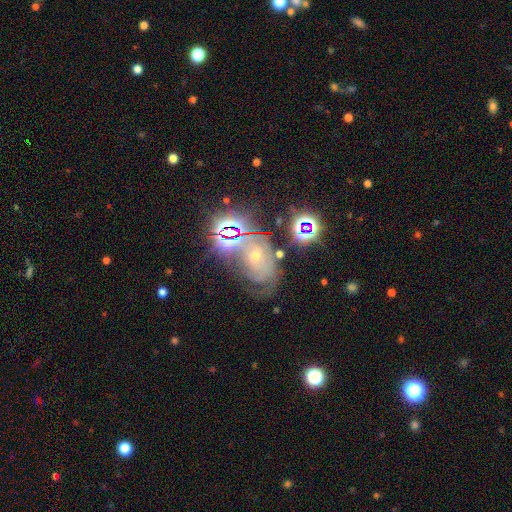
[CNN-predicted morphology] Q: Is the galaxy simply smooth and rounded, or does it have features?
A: featured or disk — 48%.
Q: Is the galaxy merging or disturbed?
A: none — 44%.